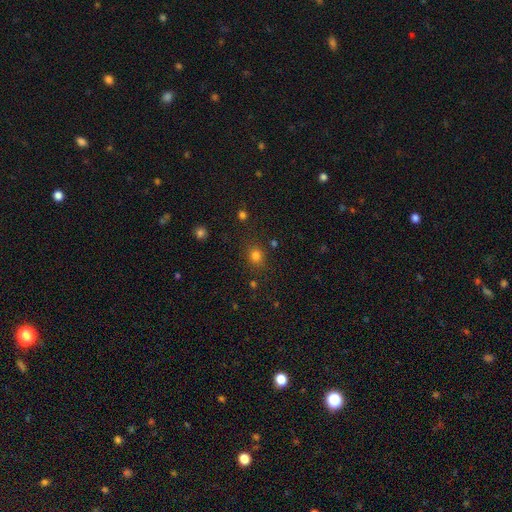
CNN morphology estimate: smooth 78%, star or artifact 16%, featured or disk 6%. Down the decision tree: how rounded — round (71%); merging — none (80%).